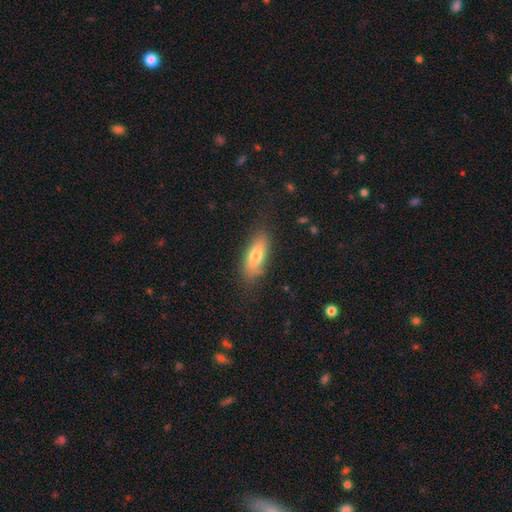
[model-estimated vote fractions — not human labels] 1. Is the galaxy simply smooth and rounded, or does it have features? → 71% smooth, 21% featured or disk, 7% star or artifact.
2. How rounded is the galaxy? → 69% in between, 28% cigar-shaped, 3% round.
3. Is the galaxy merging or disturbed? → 76% none, 17% minor disturbance, 5% major disturbance, 2% merger.